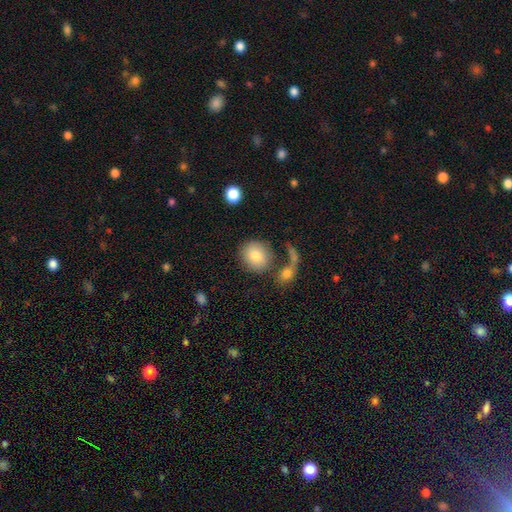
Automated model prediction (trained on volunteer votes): Smooth or featured?
  - smooth: 83% *
  - featured or disk: 10%
  - star or artifact: 7%
How rounded?
  - round: 76% *
  - in between: 23%
  - cigar-shaped: 1%
Merging?
  - none: 63% *
  - merger: 18%
  - minor disturbance: 11%
  - major disturbance: 8%